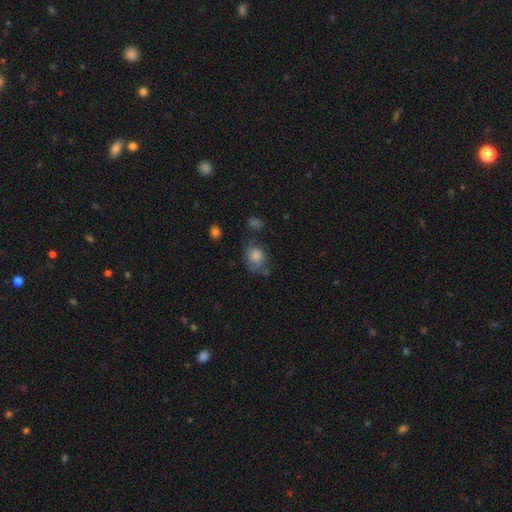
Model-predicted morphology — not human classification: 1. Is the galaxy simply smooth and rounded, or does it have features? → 57% smooth, 27% featured or disk, 16% star or artifact.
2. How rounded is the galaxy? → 50% in between, 48% round, 2% cigar-shaped.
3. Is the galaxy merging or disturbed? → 52% none, 25% minor disturbance, 16% major disturbance, 7% merger.